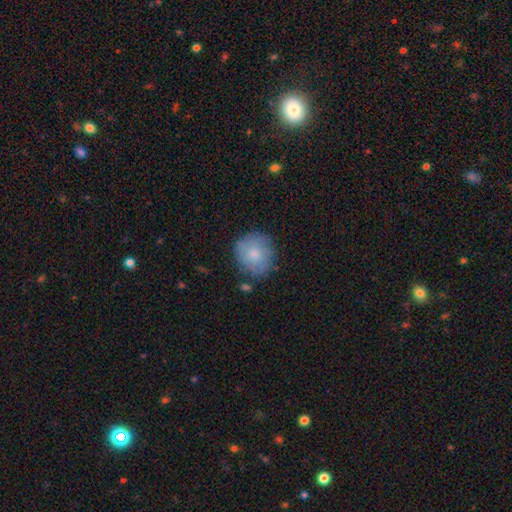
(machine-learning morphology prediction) Smooth or featured?
  - smooth: 74% *
  - featured or disk: 20%
  - star or artifact: 7%
How rounded?
  - round: 89% *
  - in between: 10%
  - cigar-shaped: 1%
Merging?
  - none: 75% *
  - minor disturbance: 18%
  - major disturbance: 5%
  - merger: 3%